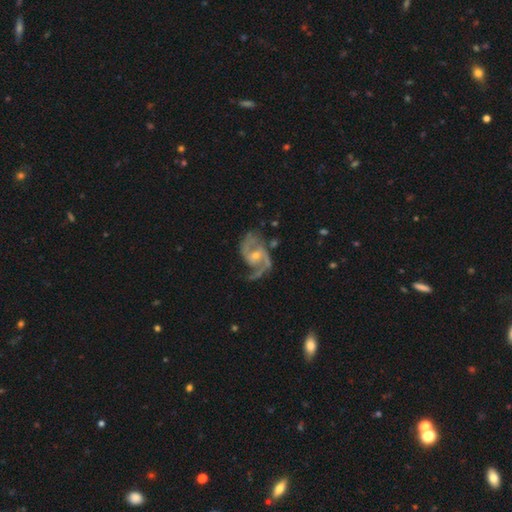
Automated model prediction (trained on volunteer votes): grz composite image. It shows a featured or disk galaxy (92%) with a weak bar (45%), 2 (89%) medium (57%) spiral arms (98%) and a small central bulge (55%). Merging: none (64%).